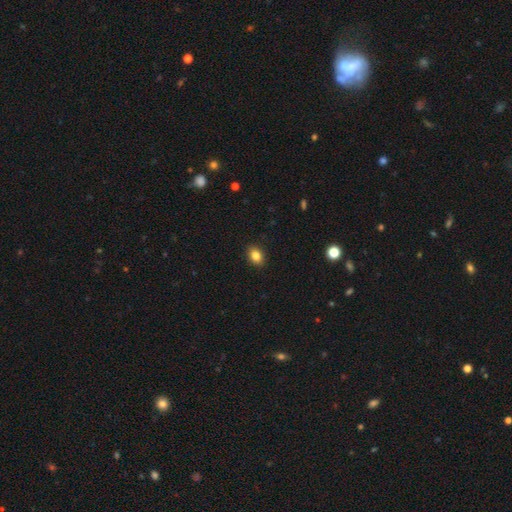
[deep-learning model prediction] smooth_or_featured: smooth (p=0.84) [alt: star or artifact p=0.10]
how_rounded: in between (p=0.66) [alt: round p=0.32]
merging: none (p=0.90) [alt: minor disturbance p=0.07]